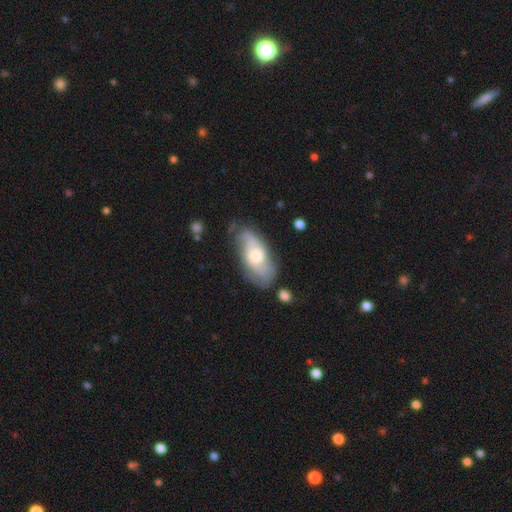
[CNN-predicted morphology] Smooth or featured? Predicted: featured or disk (p=0.64). Edge-on disk? Predicted: no (p=0.89). Bar? Predicted: no (p=0.70). Spiral arms? Predicted: yes (p=0.84). Bulge size? Predicted: moderate (p=0.61). Merging? Predicted: none (p=0.62).